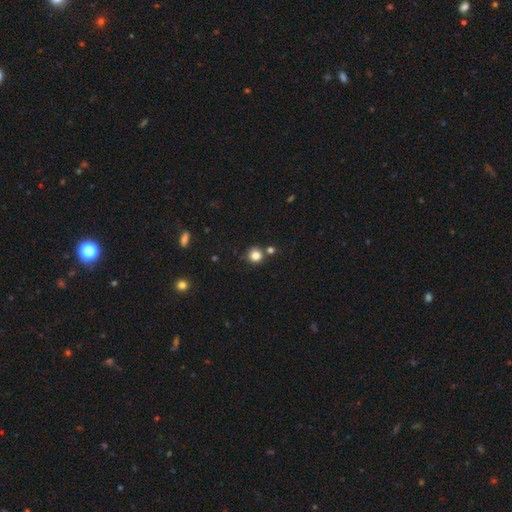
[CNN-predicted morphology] Q: Smooth or featured?
A: smooth (82%); runner-up: star or artifact (12%)
Q: How rounded?
A: round (92%); runner-up: in between (7%)
Q: Merging?
A: none (76%); runner-up: merger (12%)